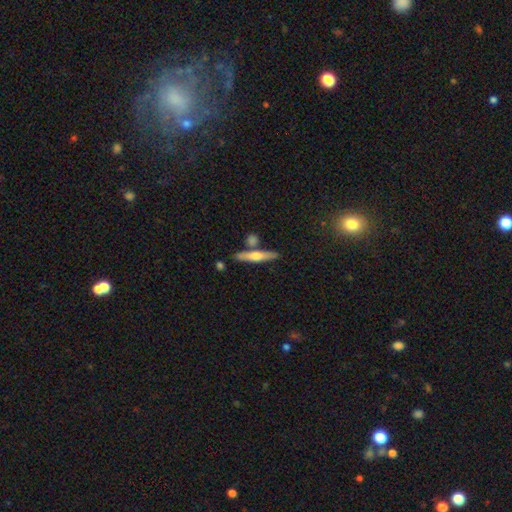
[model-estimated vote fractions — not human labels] Morphology: type=smooth (49%); merging=none (76%).